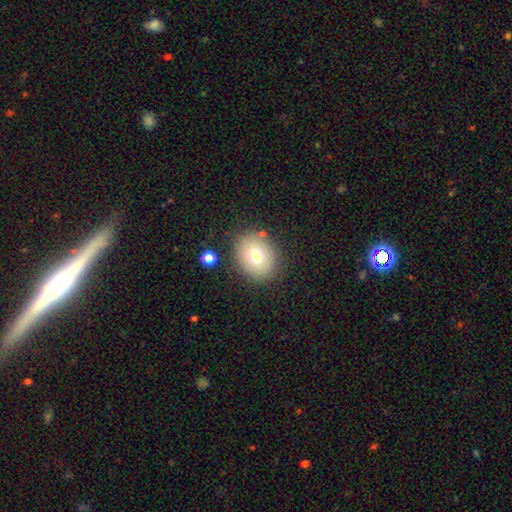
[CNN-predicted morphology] The model was most divided on "how rounded": round: 56%, in between: 43%, cigar-shaped: 1%. More confident: merging — none (82%); smooth or featured — smooth (74%).